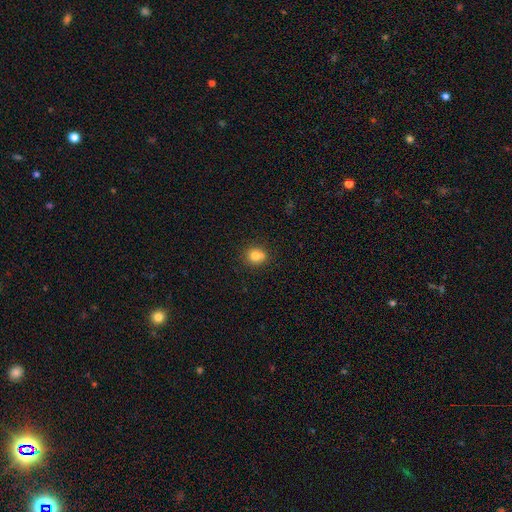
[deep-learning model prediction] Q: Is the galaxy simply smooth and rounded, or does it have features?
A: smooth — 79%.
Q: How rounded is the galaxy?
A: round — 79%.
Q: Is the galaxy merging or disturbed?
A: none — 70%.